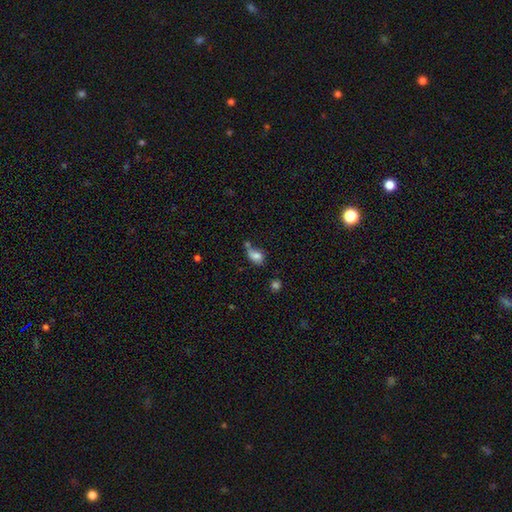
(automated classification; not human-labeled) Overall: smooth (73%). How rounded: in between (80%). Merging: none (31%; merger 29%).